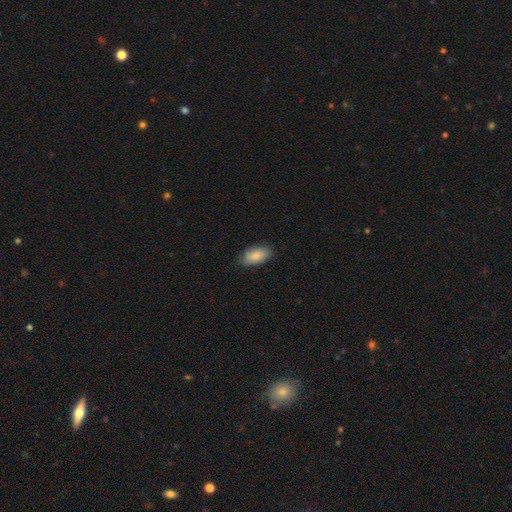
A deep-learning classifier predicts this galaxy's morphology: smooth 85%, featured or disk 9%, star or artifact 6%. Down the decision tree: how rounded — in between (92%); merging — none (80%).